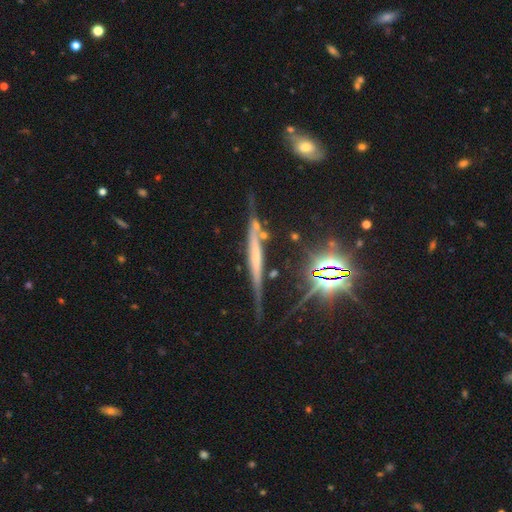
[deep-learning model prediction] A featured or disk galaxy (59%) viewed edge-on (91%) with no central bulge (55%). Merging: none (61%).